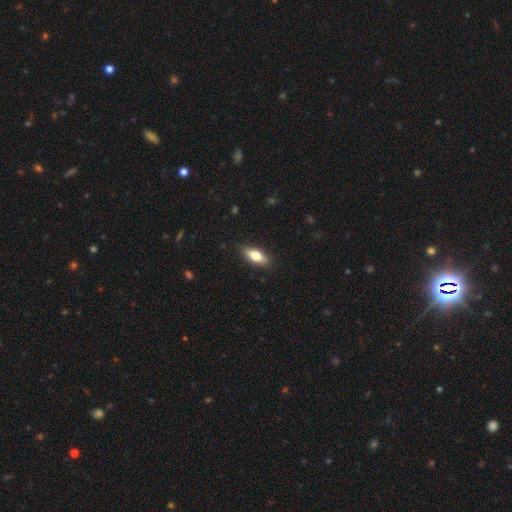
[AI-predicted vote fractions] A smooth galaxy with no disk features (75%) that is in between round and cigar-shaped (75%).

Vote fractions:
- Smooth or featured? smooth: 75% / featured or disk: 19% / star or artifact: 7%
- How rounded? in between: 75% / cigar-shaped: 22% / round: 3%
- Merging? none: 88% / minor disturbance: 9% / major disturbance: 2% / merger: 1%